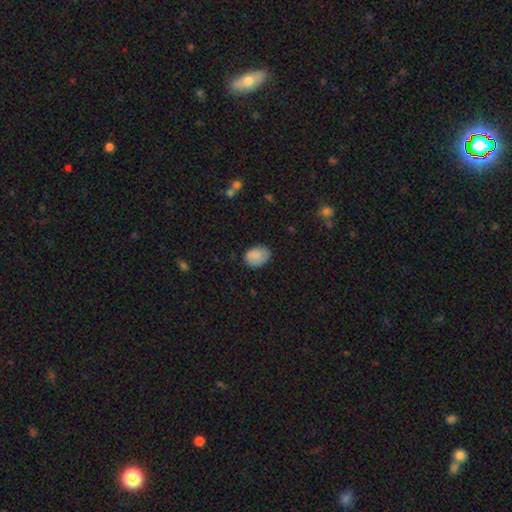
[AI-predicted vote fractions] Smooth or featured: smooth — 85% (star or artifact — 8%)
How rounded: in between — 67% (round — 32%)
Merging: none — 74% (minor disturbance — 20%)